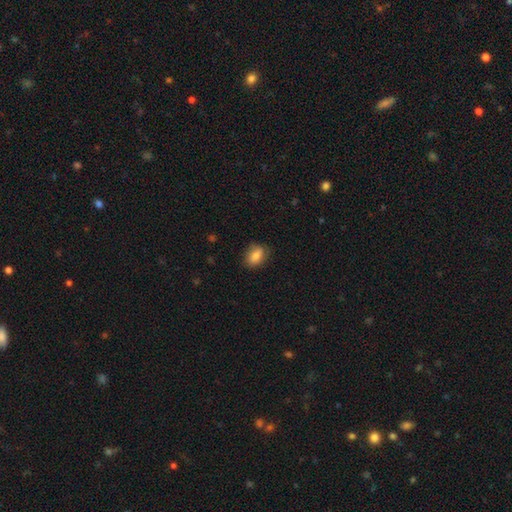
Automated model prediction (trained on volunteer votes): This appears to be a smooth galaxy with no disk features (82%) that is in between round and cigar-shaped (75%). Merging: none (77%).